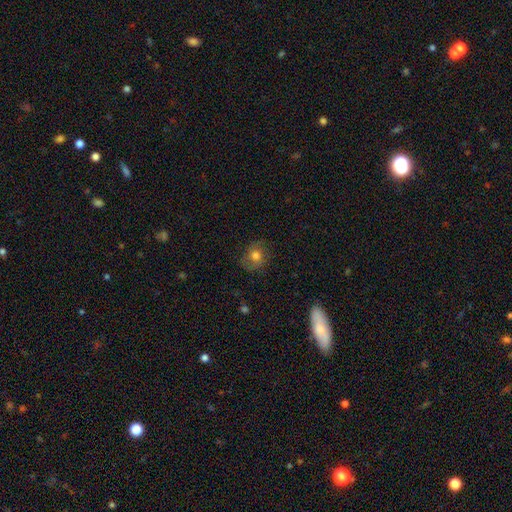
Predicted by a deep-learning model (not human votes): Q: Smooth or featured?
A: smooth (67%); runner-up: featured or disk (22%)
Q: How rounded?
A: round (70%); runner-up: in between (29%)
Q: Merging?
A: none (73%); runner-up: minor disturbance (18%)